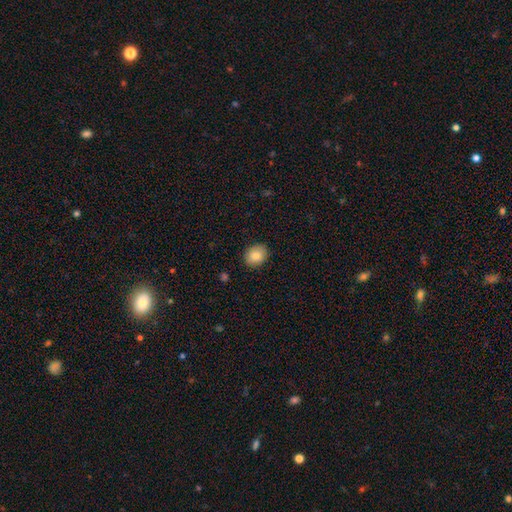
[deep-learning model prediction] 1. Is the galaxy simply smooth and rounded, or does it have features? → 85% smooth, 8% star or artifact, 7% featured or disk.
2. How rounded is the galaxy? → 51% in between, 48% round, 1% cigar-shaped.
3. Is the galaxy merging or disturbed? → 89% none, 8% minor disturbance, 2% major disturbance, 1% merger.